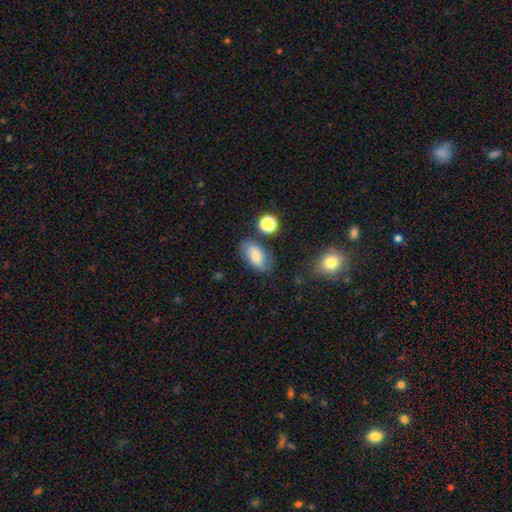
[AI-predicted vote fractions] smooth_or_featured: smooth (p=0.59) [alt: featured or disk p=0.30]
how_rounded: in between (p=0.89) [alt: round p=0.09]
merging: none (p=0.72) [alt: minor disturbance p=0.18]